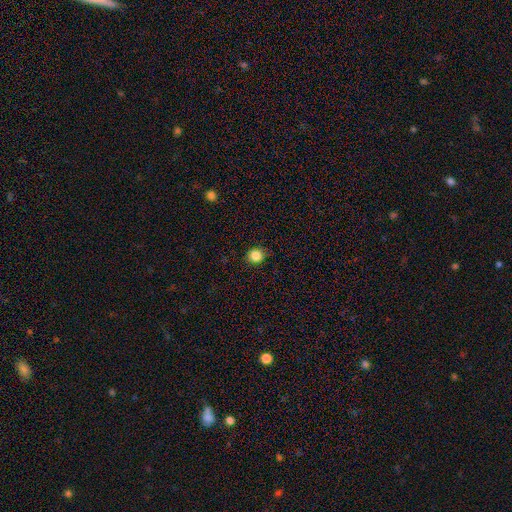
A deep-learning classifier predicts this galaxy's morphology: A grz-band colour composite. It shows a smooth galaxy with no disk features (86%) that is round (85%). Merging: none (89%).